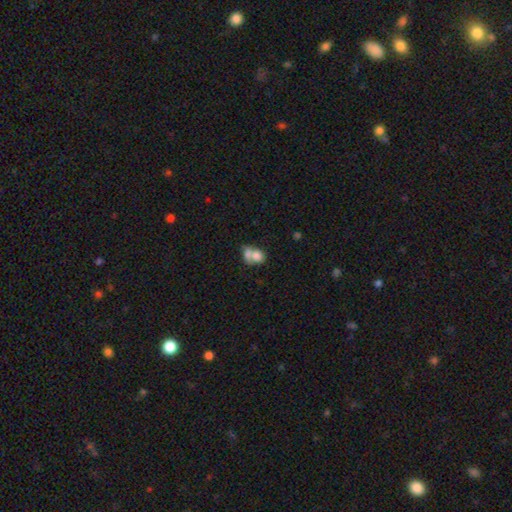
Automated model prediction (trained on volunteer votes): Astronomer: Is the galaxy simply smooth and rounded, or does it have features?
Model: smooth — 73%.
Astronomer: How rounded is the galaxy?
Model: round — 50% (runner-up: in between, 48%).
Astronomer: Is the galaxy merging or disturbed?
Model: merger — 65%.